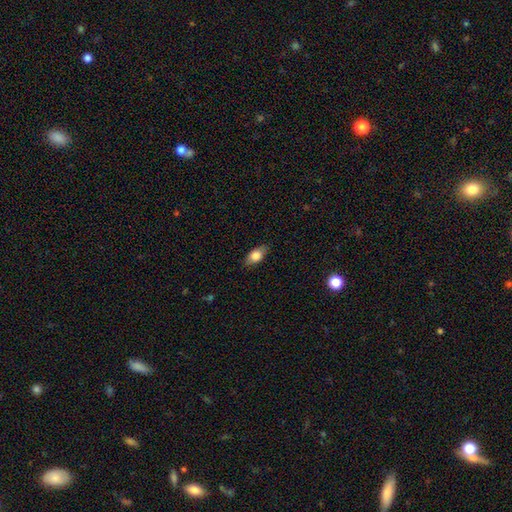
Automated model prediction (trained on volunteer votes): A smooth galaxy with no disk features (78%) that is in between round and cigar-shaped (86%).

Vote fractions:
- Smooth or featured? smooth: 78% / featured or disk: 15% / star or artifact: 7%
- How rounded? in between: 86% / cigar-shaped: 7% / round: 6%
- Merging? none: 84% / minor disturbance: 12% / major disturbance: 3% / merger: 1%